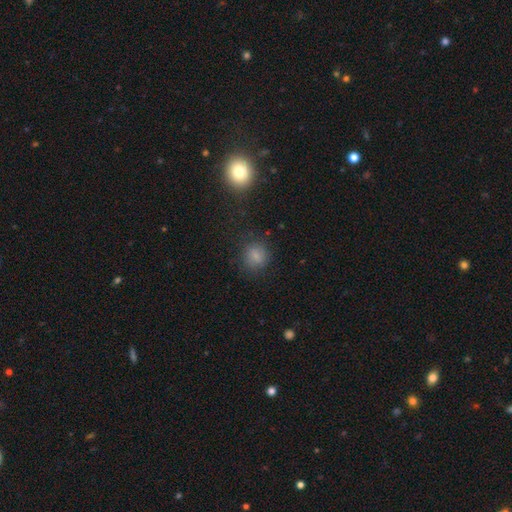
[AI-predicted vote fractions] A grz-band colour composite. It shows a smooth galaxy with no disk features (78%) that is round (82%). Merging: none (79%).